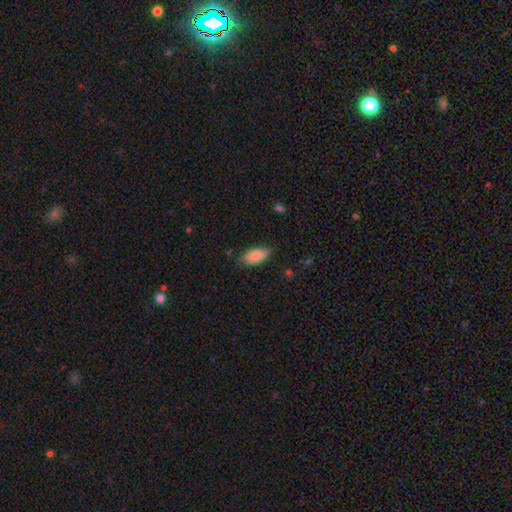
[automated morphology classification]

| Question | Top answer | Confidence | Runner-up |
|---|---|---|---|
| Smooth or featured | smooth | 84% | featured or disk (10%) |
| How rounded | in between | 91% | cigar-shaped (6%) |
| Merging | none | 65% | minor disturbance (28%) |